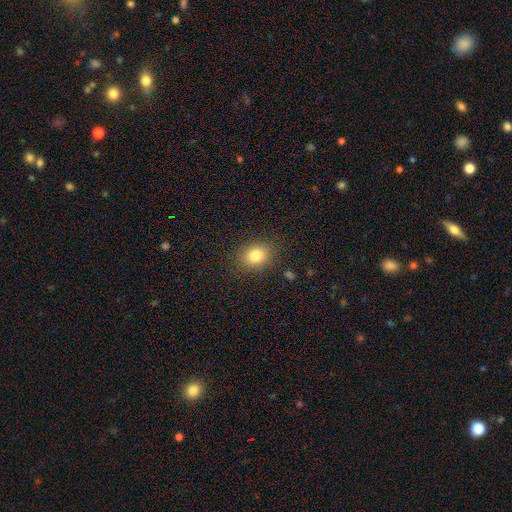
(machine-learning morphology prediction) Smooth or featured?
  - smooth: 82% *
  - star or artifact: 11%
  - featured or disk: 7%
How rounded?
  - in between: 52% *
  - round: 47%
  - cigar-shaped: 1%
Merging?
  - none: 86% *
  - minor disturbance: 10%
  - major disturbance: 3%
  - merger: 1%